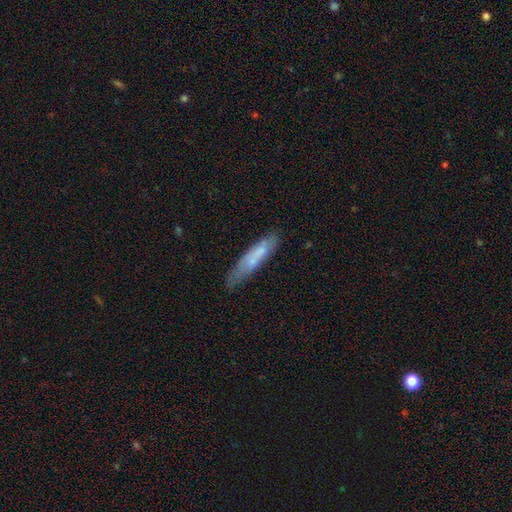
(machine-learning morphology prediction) Overall: smooth (62%; featured or disk 31%). How rounded: cigar-shaped (83%). Merging: none (70%).